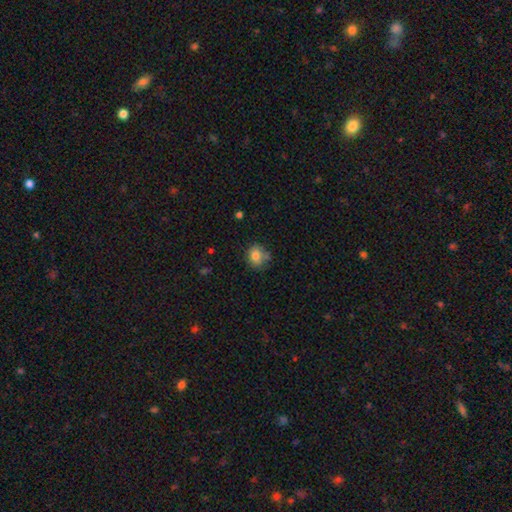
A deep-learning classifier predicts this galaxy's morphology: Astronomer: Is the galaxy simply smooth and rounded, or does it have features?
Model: smooth — 81%.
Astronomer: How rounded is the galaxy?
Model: round — 63%.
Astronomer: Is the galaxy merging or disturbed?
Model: none — 61%.